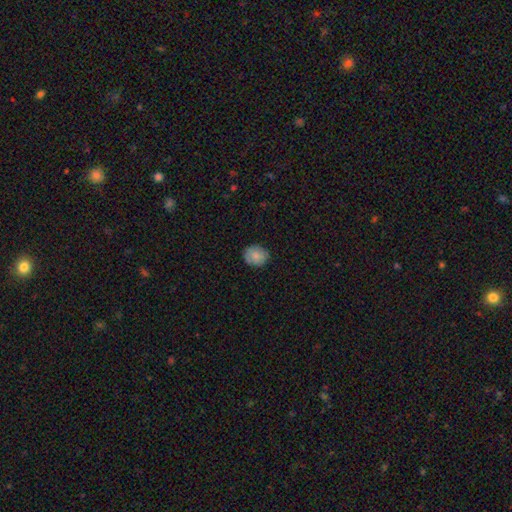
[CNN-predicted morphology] This is clearly a smooth galaxy (84%). How rounded: likely round (74%). Merging: clearly none (86%).